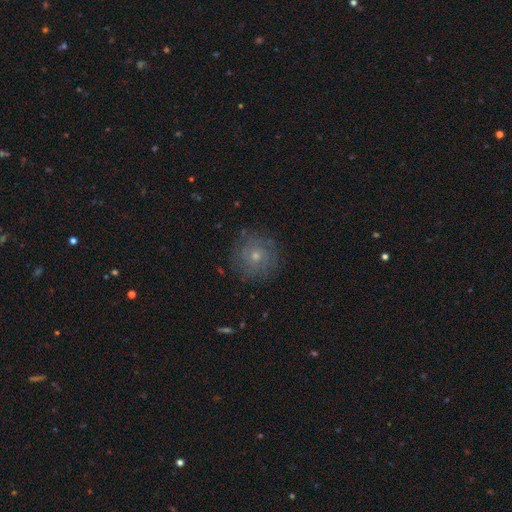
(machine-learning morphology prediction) A featured or disk galaxy (48%). Merging: none (84%).